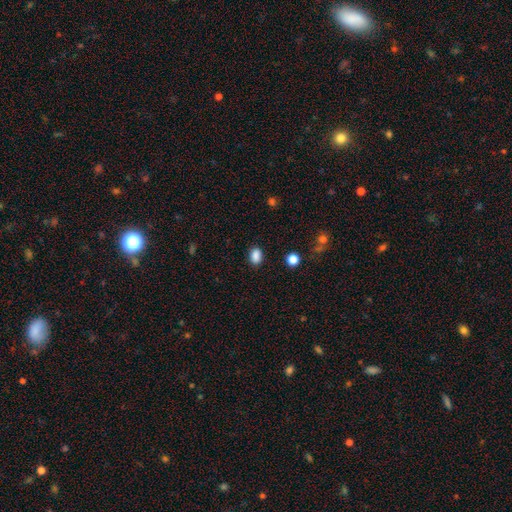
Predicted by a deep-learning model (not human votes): This appears to be a smooth galaxy with no disk features (87%) that is in between round and cigar-shaped (78%). Merging: none (86%).